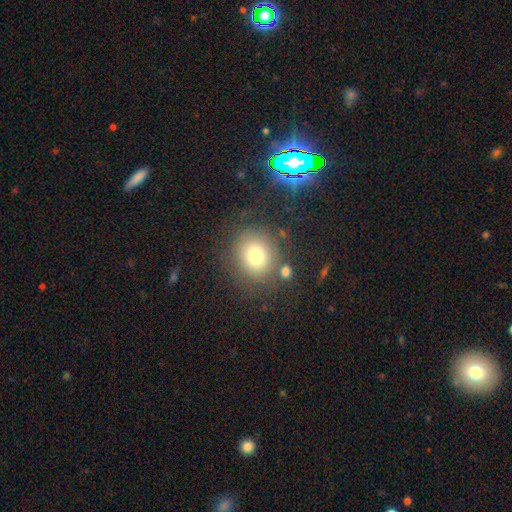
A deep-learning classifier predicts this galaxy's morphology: Overall: smooth (74%). How rounded: round (81%). Merging: none (75%).